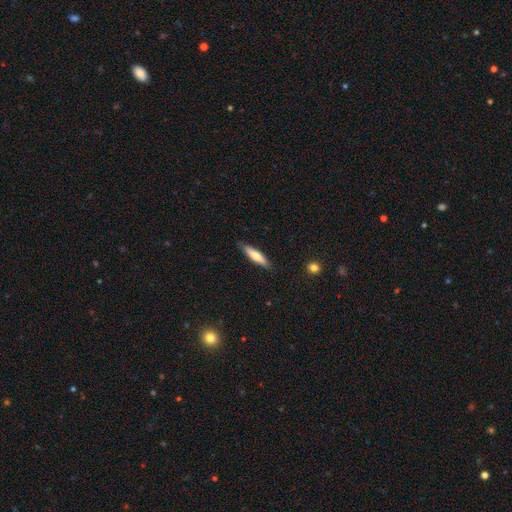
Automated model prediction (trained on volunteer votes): A smooth galaxy with no disk features (67%) that is cigar-shaped (79%). Merging: none (86%).